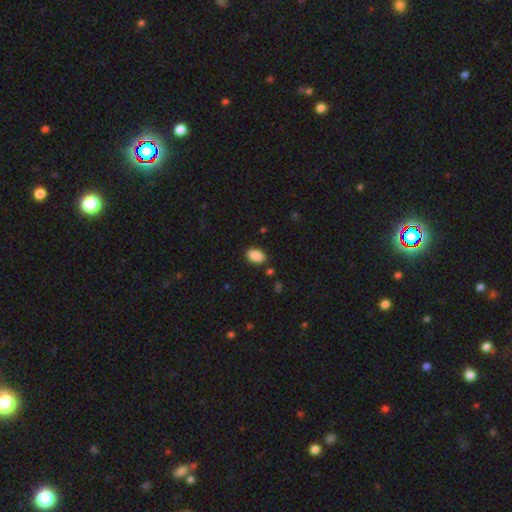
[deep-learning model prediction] The model was most divided on "merging": none: 86%, minor disturbance: 10%, major disturbance: 2%, merger: 2%. More confident: how rounded — in between (90%); smooth or featured — smooth (89%).